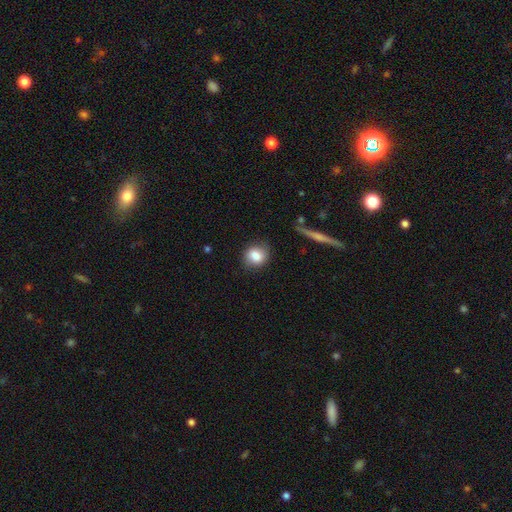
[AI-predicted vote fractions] Smooth or featured? Predicted: smooth (p=0.82). How rounded? Predicted: round (p=0.67). Merging? Predicted: none (p=0.81).